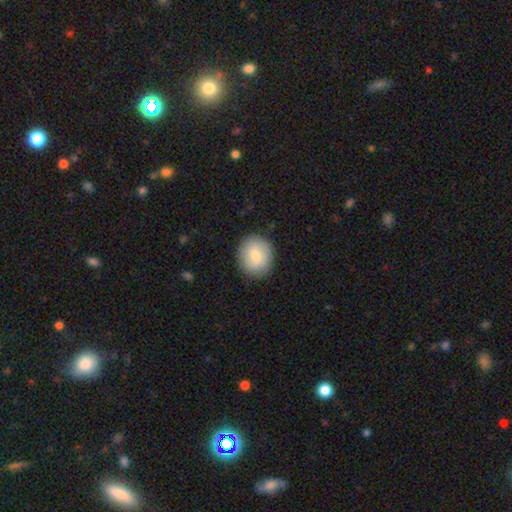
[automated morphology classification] Smooth or featured: smooth — 81% (featured or disk — 12%)
How rounded: round — 75% (in between — 24%)
Merging: none — 87% (minor disturbance — 10%)